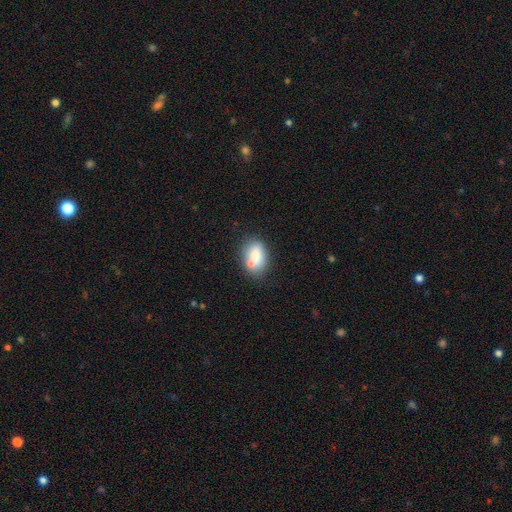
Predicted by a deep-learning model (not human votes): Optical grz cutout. It shows a smooth galaxy with no disk features (75%) that is in between round and cigar-shaped (82%). Merging: none (56%).